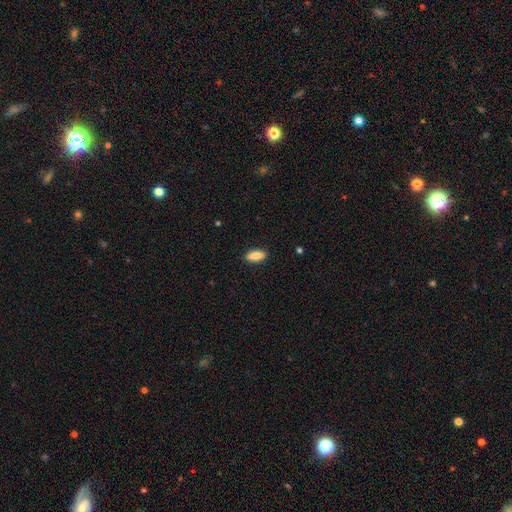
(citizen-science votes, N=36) A smooth galaxy with no disk features (92%) that is in between round and cigar-shaped (85%). Merging: none (91%).